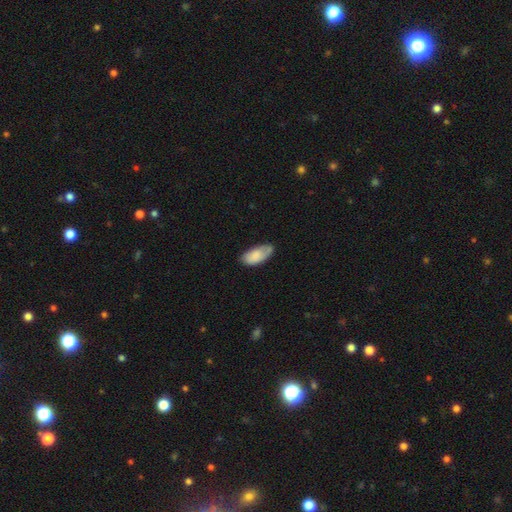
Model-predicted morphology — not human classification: smooth_or_featured: smooth (p=0.82) [alt: featured or disk p=0.11]
how_rounded: in between (p=0.92) [alt: cigar-shaped p=0.06]
merging: none (p=0.60) [alt: minor disturbance p=0.32]